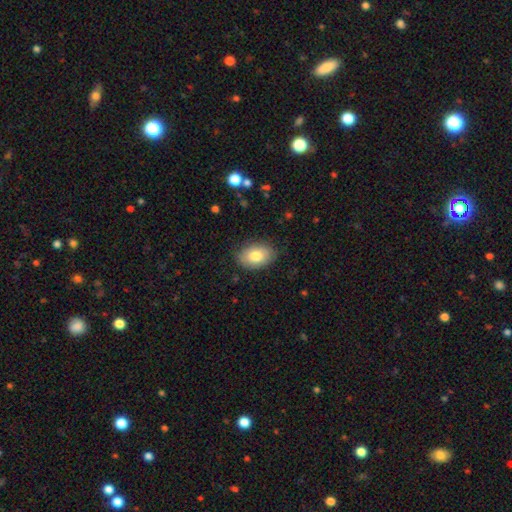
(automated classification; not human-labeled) Smooth or featured?
  - smooth: 80% *
  - featured or disk: 14%
  - star or artifact: 7%
How rounded?
  - in between: 87% *
  - round: 11%
  - cigar-shaped: 1%
Merging?
  - none: 83% *
  - minor disturbance: 13%
  - major disturbance: 3%
  - merger: 1%